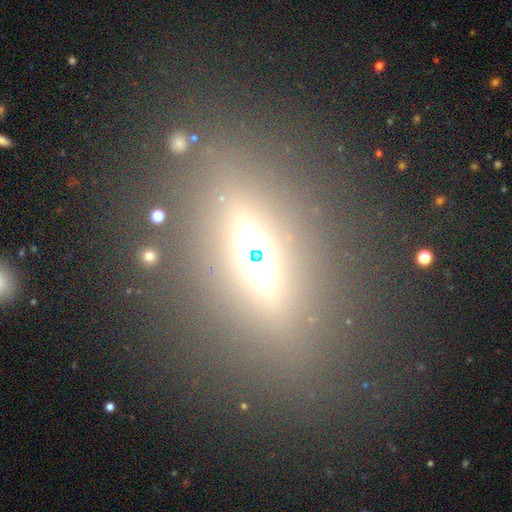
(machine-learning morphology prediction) smooth_or_featured: featured or disk (p=0.44) [alt: smooth p=0.30]
merging: none (p=0.81) [alt: minor disturbance p=0.09]